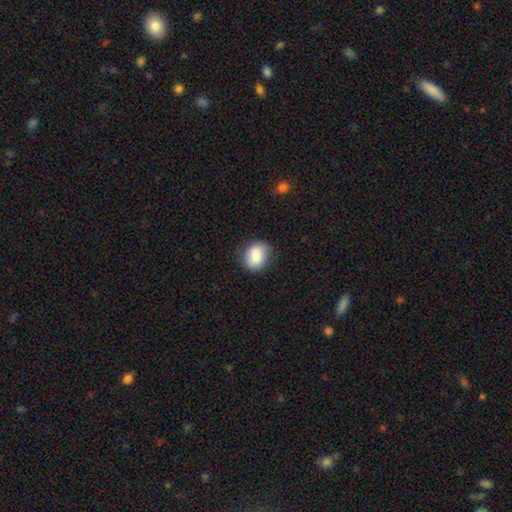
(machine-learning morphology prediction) Smooth or featured? smooth (82%)
How rounded? round (55%)
Merging? none (71%)